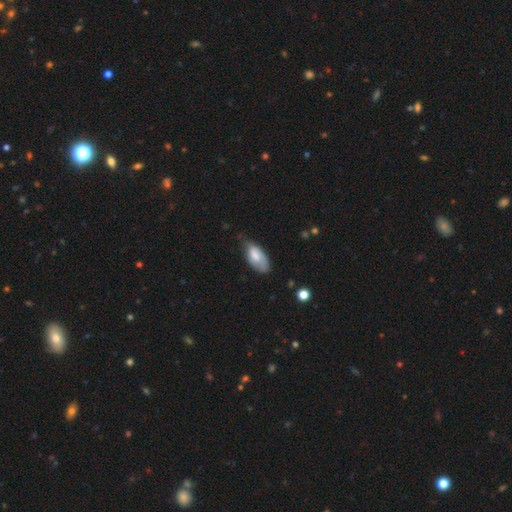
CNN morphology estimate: Overall: smooth (70%). How rounded: in between (91%). Merging: none (48%; minor disturbance 40%).